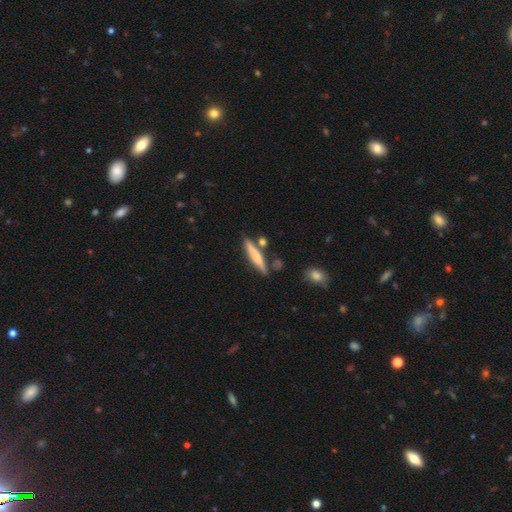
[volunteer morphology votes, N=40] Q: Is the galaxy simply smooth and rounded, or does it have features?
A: smooth — 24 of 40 (60%).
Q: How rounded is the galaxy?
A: cigar-shaped — 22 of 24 (92%).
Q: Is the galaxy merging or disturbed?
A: none — 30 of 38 (79%).